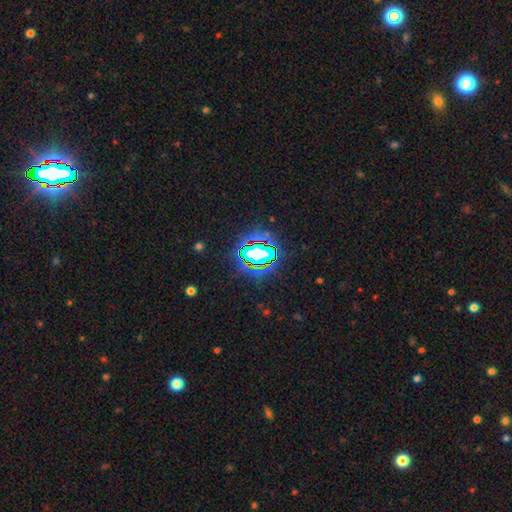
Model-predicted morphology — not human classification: Smooth or featured?
  - star or artifact: 69% *
  - smooth: 17%
  - featured or disk: 14%